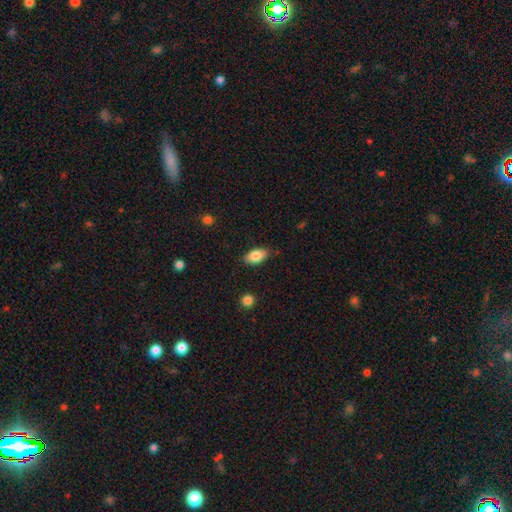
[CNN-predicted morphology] This appears to be a smooth galaxy with no disk features (84%) that is in between round and cigar-shaped (92%). Merging: none (83%).